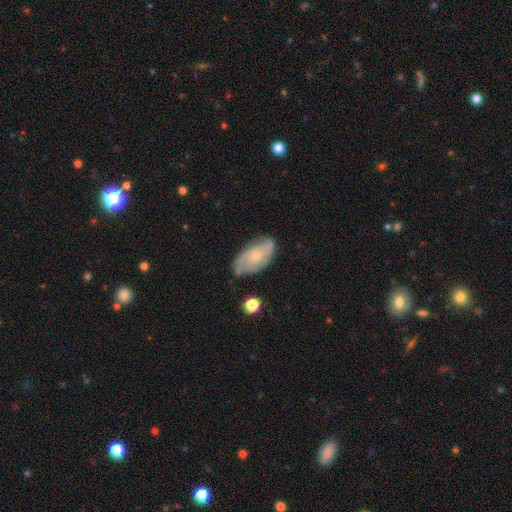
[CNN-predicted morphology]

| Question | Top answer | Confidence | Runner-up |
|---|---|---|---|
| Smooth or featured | featured or disk | 63% | smooth (31%) |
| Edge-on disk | no | 94% | yes (6%) |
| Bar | no | 72% | weak (24%) |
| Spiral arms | yes | 86% | no (14%) |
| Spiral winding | medium | 40% | tight (37%) |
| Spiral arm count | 2 | 50% | can't tell (29%) |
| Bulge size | small | 64% | moderate (30%) |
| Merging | none | 66% | minor disturbance (25%) |